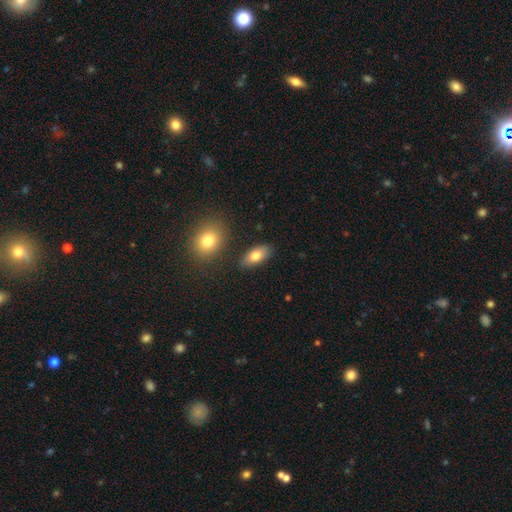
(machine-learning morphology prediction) The model was most divided on "smooth or featured": smooth: 79%, featured or disk: 14%, star or artifact: 7%. More confident: how rounded — in between (89%); merging — none (83%).